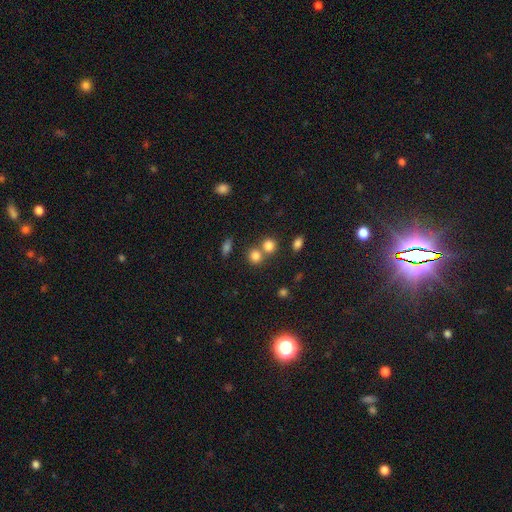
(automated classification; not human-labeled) smooth 79%, star or artifact 14%, featured or disk 7%. Down the decision tree: how rounded — round (81%); merging — none (57%).